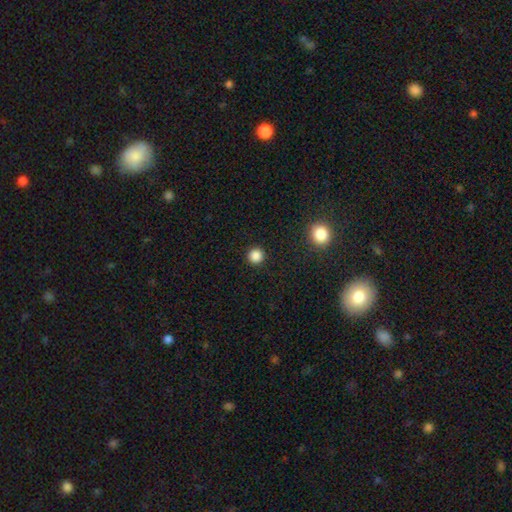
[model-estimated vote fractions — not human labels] Q: Smooth or featured?
A: smooth (85%); runner-up: star or artifact (12%)
Q: How rounded?
A: round (96%); runner-up: in between (3%)
Q: Merging?
A: none (93%); runner-up: minor disturbance (4%)